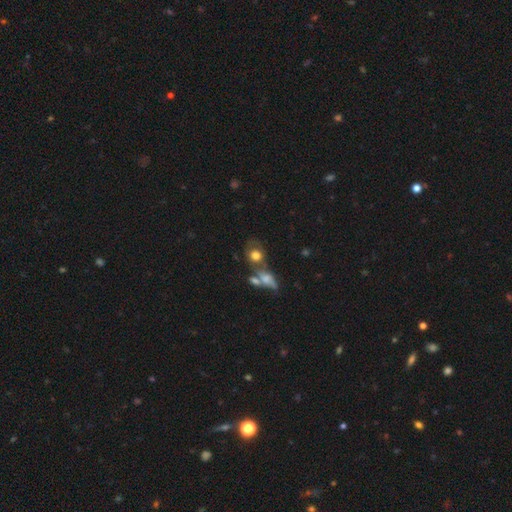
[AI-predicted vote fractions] Smooth or featured? smooth (64%)
How rounded? round (58%)
Merging? none (39%)